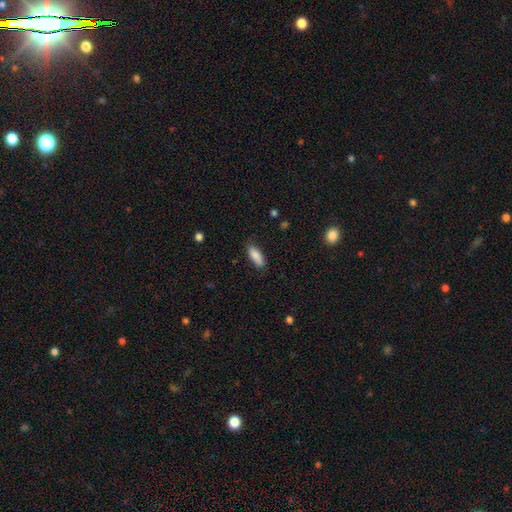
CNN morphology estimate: smooth 87%, featured or disk 7%, star or artifact 6%. Down the decision tree: how rounded — in between (66%); merging — none (82%).